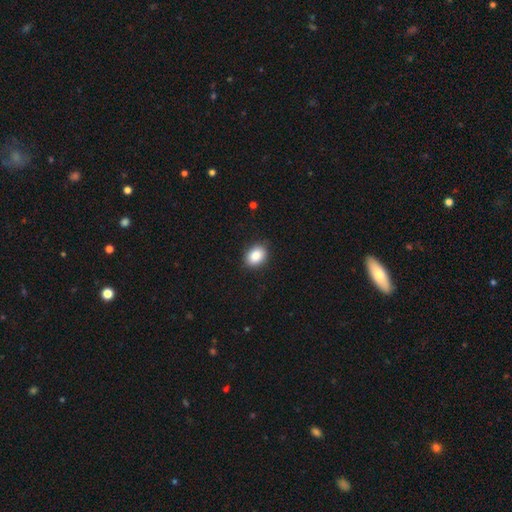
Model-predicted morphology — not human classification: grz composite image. It shows a smooth galaxy with no disk features (88%) that is in between round and cigar-shaped (72%). Merging: none (87%).